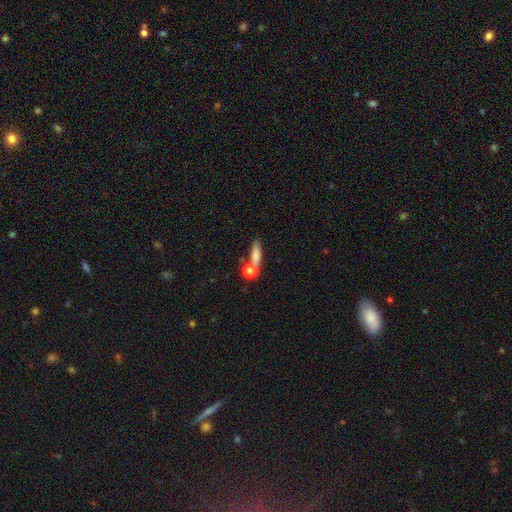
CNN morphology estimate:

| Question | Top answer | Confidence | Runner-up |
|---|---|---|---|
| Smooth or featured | smooth | 72% | featured or disk (18%) |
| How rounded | cigar-shaped | 49% | in between (37%) |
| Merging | none | 52% | merger (28%) |